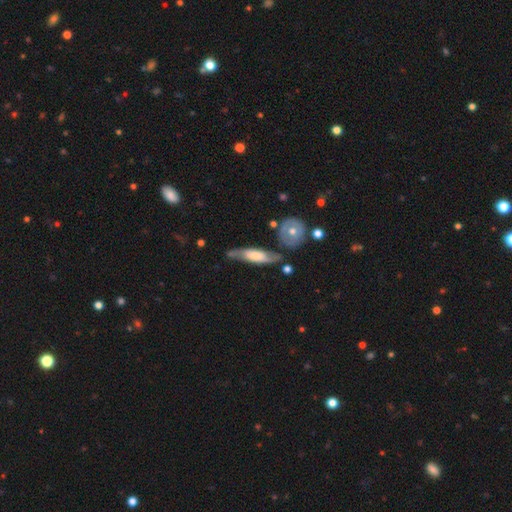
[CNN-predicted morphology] smooth_or_featured: featured or disk (p=0.55) [alt: smooth p=0.40]
disk_edge_on: no (p=0.51) [alt: yes p=0.49]
merging: none (p=0.59) [alt: minor disturbance p=0.24]